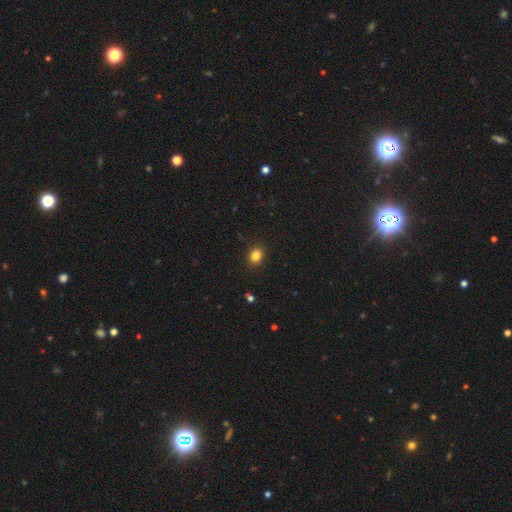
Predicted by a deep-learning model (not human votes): Overall: smooth (83%). How rounded: in between (55%; round 44%). Merging: none (88%).